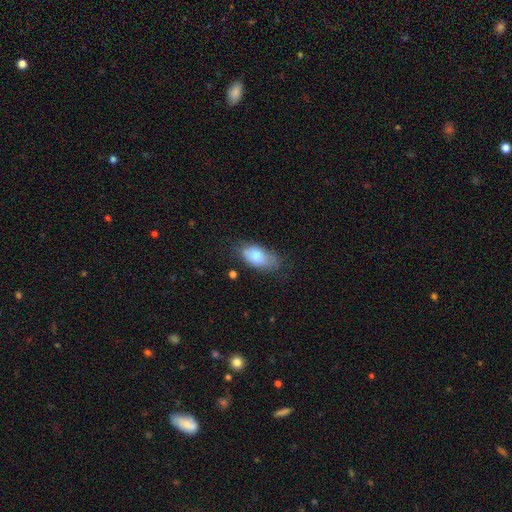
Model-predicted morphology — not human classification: Overall: smooth (79%). How rounded: in between (90%). Merging: none (55%; minor disturbance 30%).